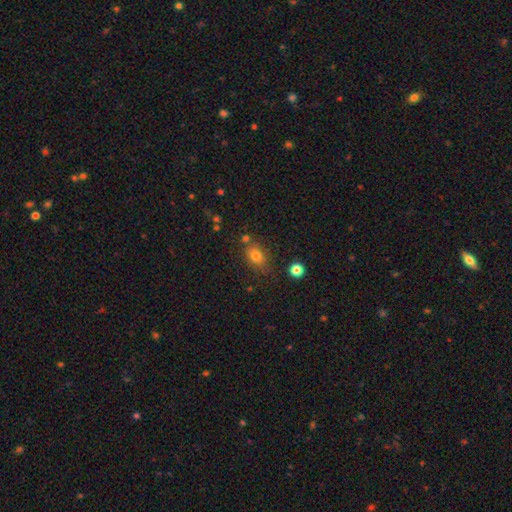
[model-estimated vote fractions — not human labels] Morphology: type=smooth (77%); roundness=in between (71%); merging=none (72%).